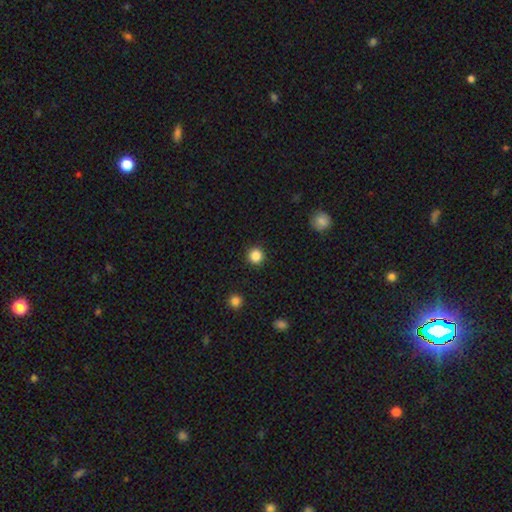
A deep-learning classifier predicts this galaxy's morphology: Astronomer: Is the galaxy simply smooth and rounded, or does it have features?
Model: smooth — 86%.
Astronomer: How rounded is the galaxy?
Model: round — 95%.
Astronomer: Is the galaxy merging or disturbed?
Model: none — 92%.